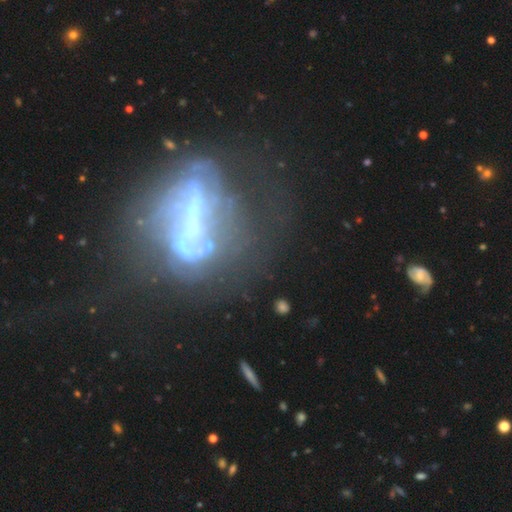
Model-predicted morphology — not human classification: smooth_or_featured: featured or disk (p=0.73) [alt: star or artifact p=0.15]
disk_edge_on: no (p=0.92) [alt: yes p=0.08]
bar: strong (p=0.45) [alt: no p=0.31]
has_spiral_arms: yes (p=0.51) [alt: no p=0.49]
bulge_size: none (p=0.37) [alt: small p=0.31]
merging: none (p=0.35) [tied with: major disturbance p=0.35]